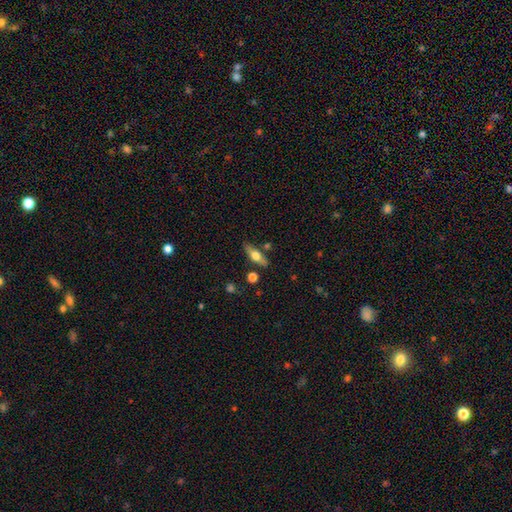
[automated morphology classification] smooth-or-featured: featured or disk: 47% | smooth: 46% | star or artifact: 6%
  merging: none: 80% | minor disturbance: 12% | merger: 5% | major disturbance: 3%